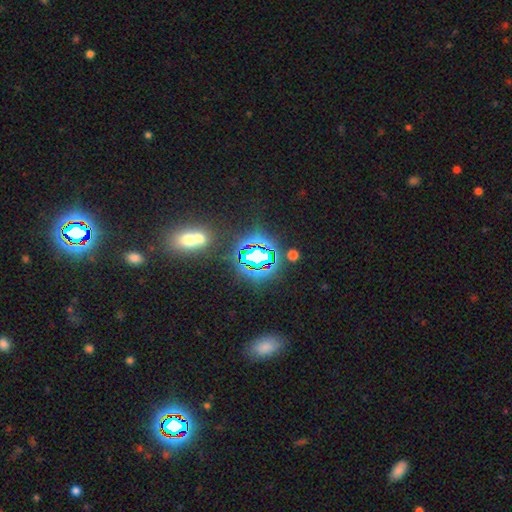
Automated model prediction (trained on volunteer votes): Smooth or featured: star or artifact — 73% (smooth — 16%)